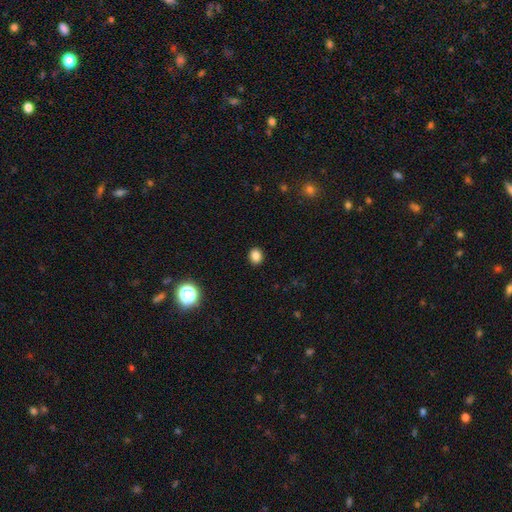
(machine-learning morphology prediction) smooth_or_featured: smooth (p=0.85) [alt: star or artifact p=0.11]
how_rounded: round (p=0.63) [alt: in between p=0.37]
merging: none (p=0.91) [alt: minor disturbance p=0.06]